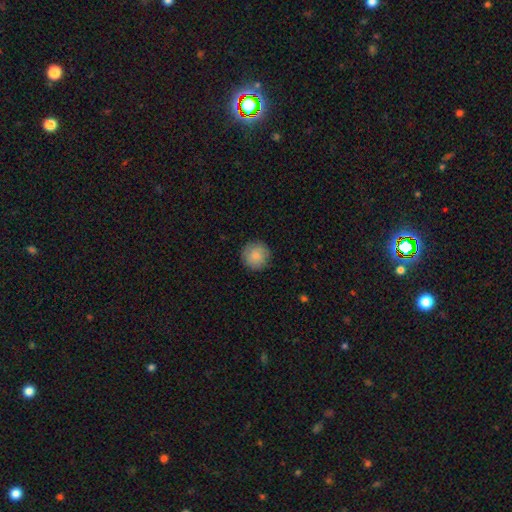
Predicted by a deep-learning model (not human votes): Smooth or featured?
  - smooth: 84% *
  - featured or disk: 9%
  - star or artifact: 7%
How rounded?
  - round: 95% *
  - in between: 4%
  - cigar-shaped: 1%
Merging?
  - none: 87% *
  - minor disturbance: 9%
  - major disturbance: 2%
  - merger: 1%